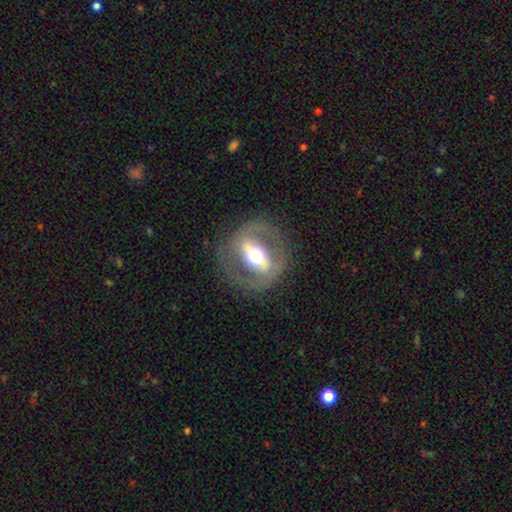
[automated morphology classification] Q: Smooth or featured?
A: featured or disk (77%); runner-up: smooth (17%)
Q: Edge-on disk?
A: no (87%); runner-up: yes (13%)
Q: Bar?
A: strong (68%); runner-up: weak (19%)
Q: Spiral arms?
A: no (58%); runner-up: yes (42%)
Q: Bulge size?
A: moderate (64%); runner-up: large (24%)
Q: Merging?
A: none (79%); runner-up: minor disturbance (11%)